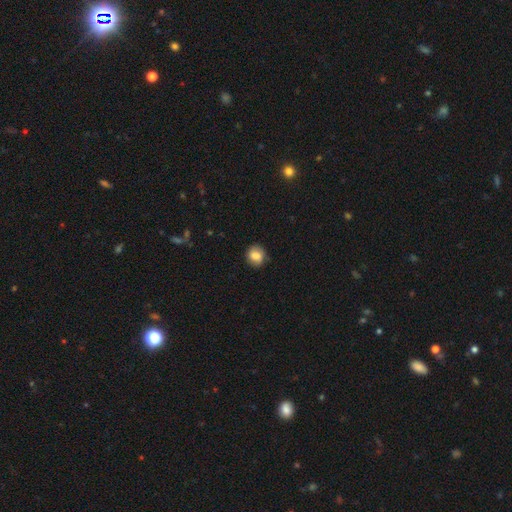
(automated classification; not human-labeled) A smooth galaxy with no disk features (75%) that is round (76%).

Vote fractions:
- Smooth or featured? smooth: 75% / featured or disk: 16% / star or artifact: 9%
- How rounded? round: 76% / in between: 23% / cigar-shaped: 1%
- Merging? none: 82% / minor disturbance: 13% / major disturbance: 3% / merger: 1%